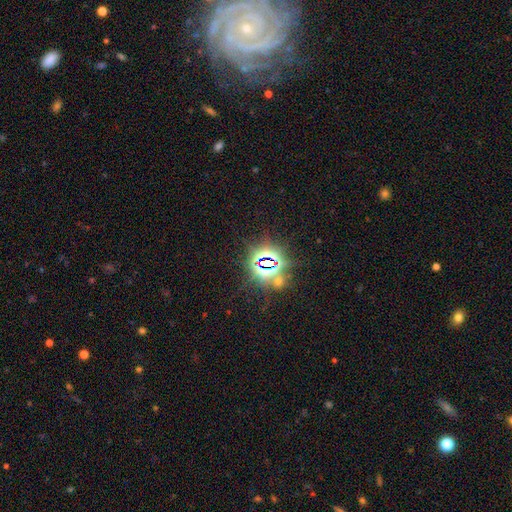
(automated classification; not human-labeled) This is clearly a star or artifact rather than a galaxy (82%).